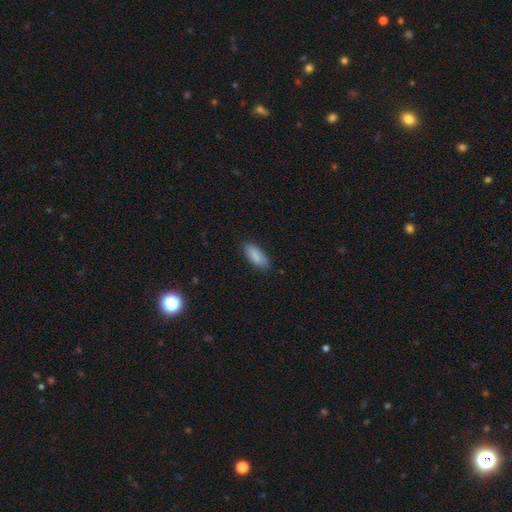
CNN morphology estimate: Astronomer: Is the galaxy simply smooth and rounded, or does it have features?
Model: smooth — 88%.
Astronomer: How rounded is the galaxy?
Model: in between — 82%.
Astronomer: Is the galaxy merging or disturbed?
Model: none — 82%.